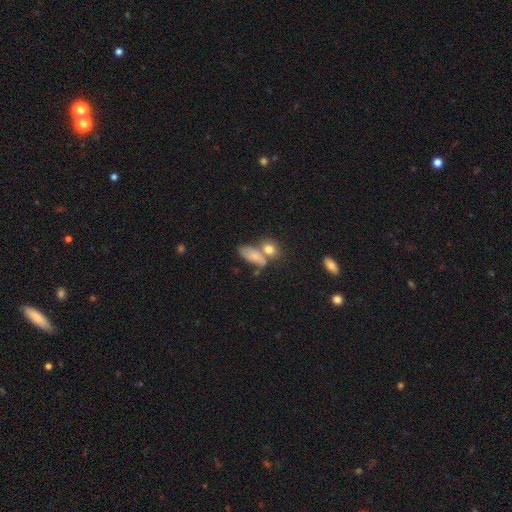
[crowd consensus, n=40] Smooth or featured? 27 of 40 (68%) said smooth. How rounded? 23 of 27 (85%) said in between. Merging? 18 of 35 (51%) said none.